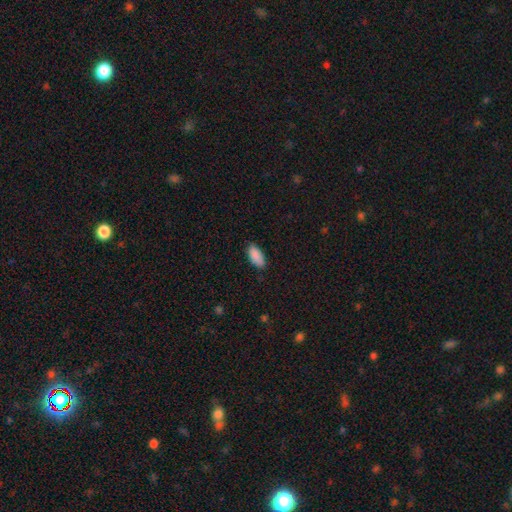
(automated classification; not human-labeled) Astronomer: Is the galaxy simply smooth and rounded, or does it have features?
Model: smooth — 90%.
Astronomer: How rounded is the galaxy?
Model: in between — 88%.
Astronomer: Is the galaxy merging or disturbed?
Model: none — 85%.